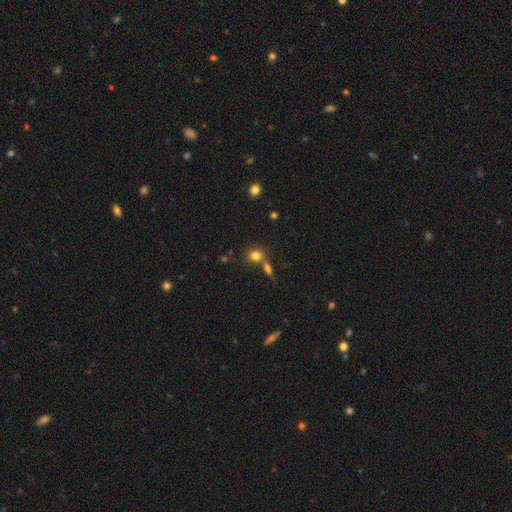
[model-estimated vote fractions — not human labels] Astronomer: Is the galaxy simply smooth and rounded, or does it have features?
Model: smooth — 79%.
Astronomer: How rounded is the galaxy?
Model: round — 77%.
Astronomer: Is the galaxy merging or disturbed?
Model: none — 59%.